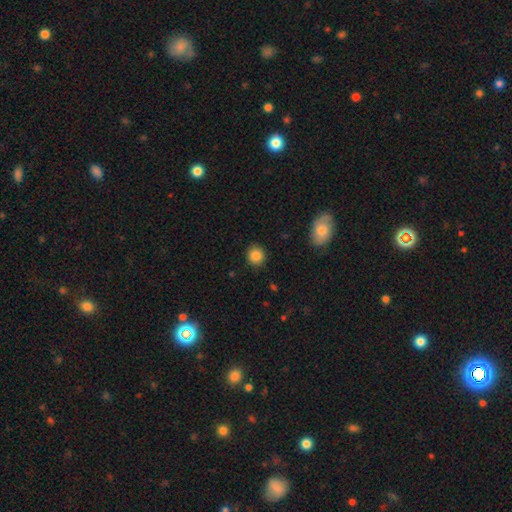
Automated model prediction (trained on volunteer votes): This is clearly a smooth galaxy (86%). How rounded: clearly round (85%). Merging: clearly none (90%).